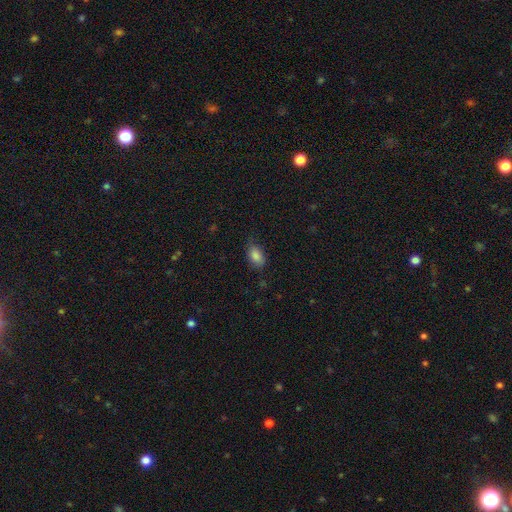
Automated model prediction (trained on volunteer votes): smooth_or_featured: smooth (p=0.84) [alt: star or artifact p=0.08]
how_rounded: in between (p=0.89) [alt: round p=0.09]
merging: none (p=0.69) [alt: minor disturbance p=0.24]